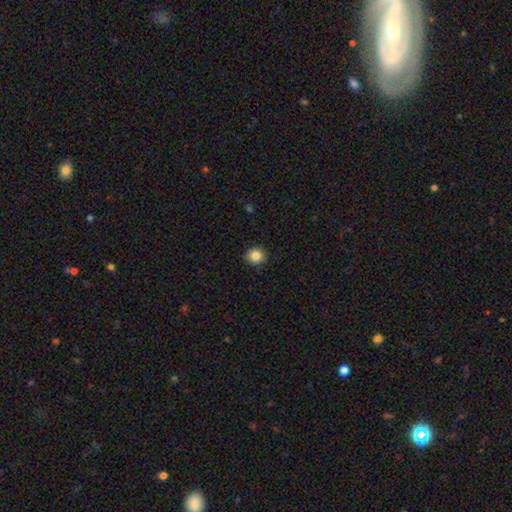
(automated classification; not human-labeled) Q: Smooth or featured?
A: smooth (84%); runner-up: star or artifact (10%)
Q: How rounded?
A: round (88%); runner-up: in between (11%)
Q: Merging?
A: none (91%); runner-up: minor disturbance (7%)